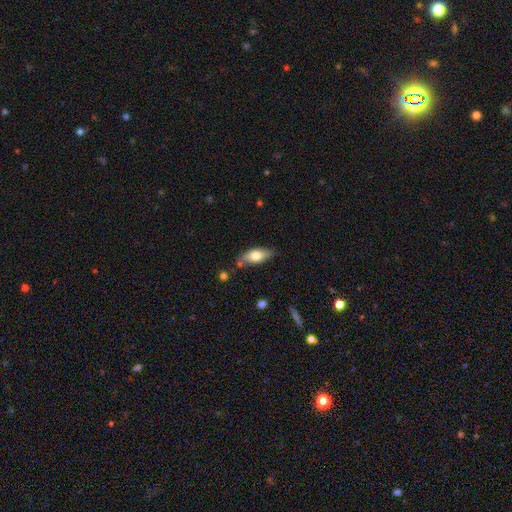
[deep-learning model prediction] Smooth or featured: smooth — 70% (featured or disk — 24%)
How rounded: in between — 79% (cigar-shaped — 18%)
Merging: none — 75% (minor disturbance — 18%)